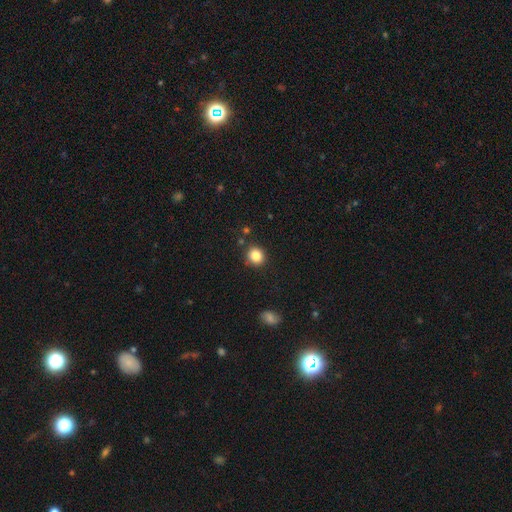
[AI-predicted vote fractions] This is clearly a smooth galaxy (85%). How rounded: clearly round (85%). Merging: clearly none (87%).